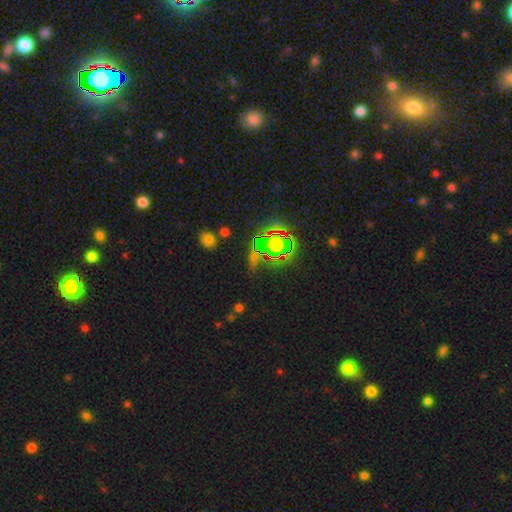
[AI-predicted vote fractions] smooth_or_featured: star or artifact (p=0.70) [alt: smooth p=0.18]